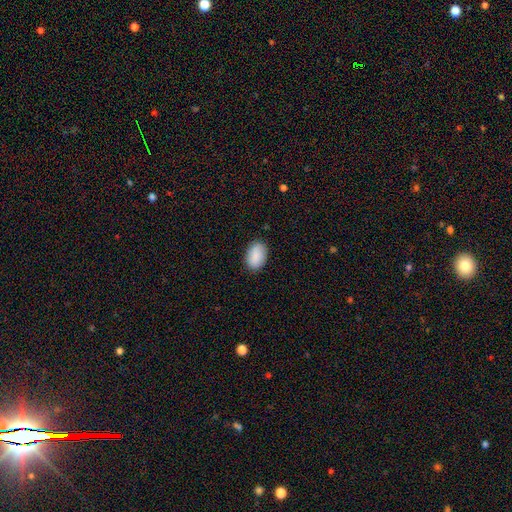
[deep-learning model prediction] smooth 87%, star or artifact 7%, featured or disk 6%. Down the decision tree: how rounded — in between (88%); merging — none (84%).